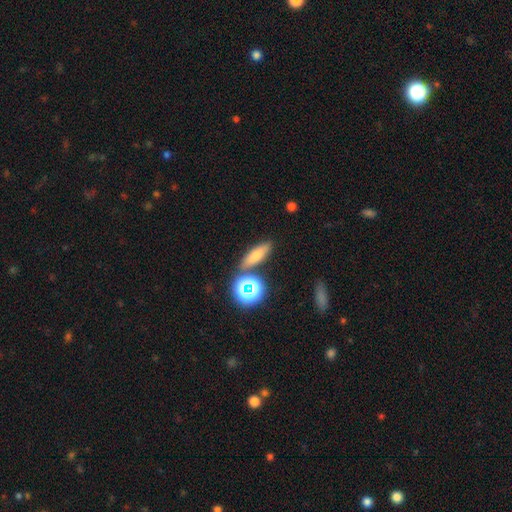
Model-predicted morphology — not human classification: This is likely a smooth galaxy (69%). How rounded: possibly in between (47%). Merging: likely none (76%).